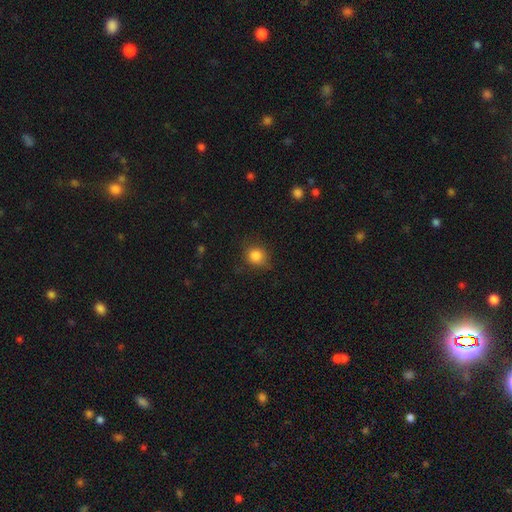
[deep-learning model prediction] This is clearly a smooth galaxy (84%). How rounded: clearly round (81%). Merging: likely none (73%).